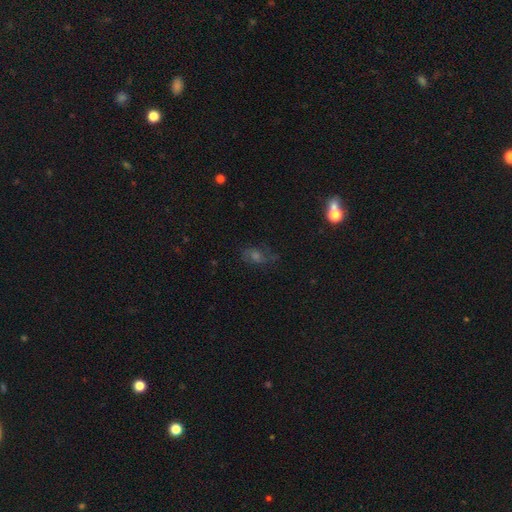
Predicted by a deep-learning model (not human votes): Smooth or featured? featured or disk (39%)
Merging? none (68%)